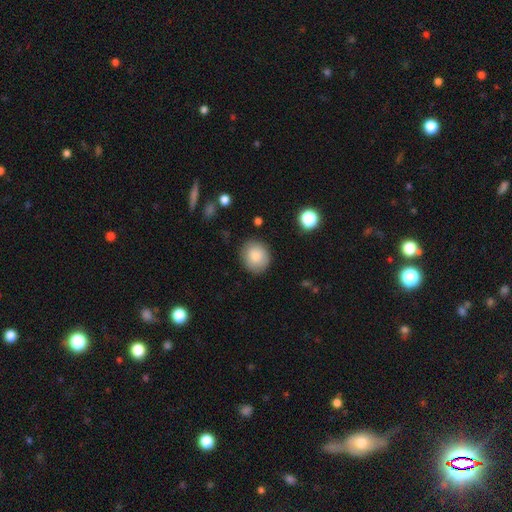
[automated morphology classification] smooth 85%, star or artifact 8%, featured or disk 7%. Down the decision tree: how rounded — round (76%); merging — none (84%).